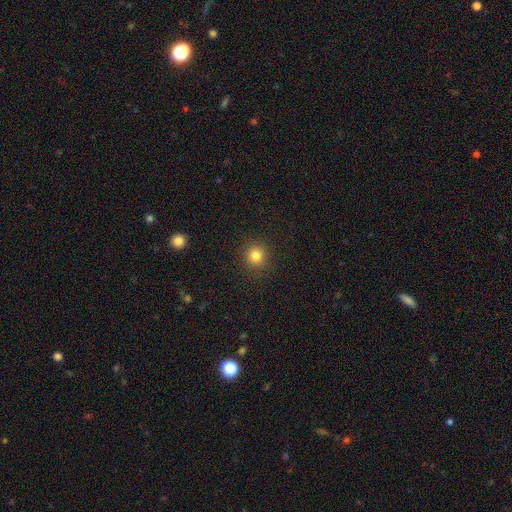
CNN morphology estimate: Overall: smooth (82%). How rounded: round (92%). Merging: none (91%).